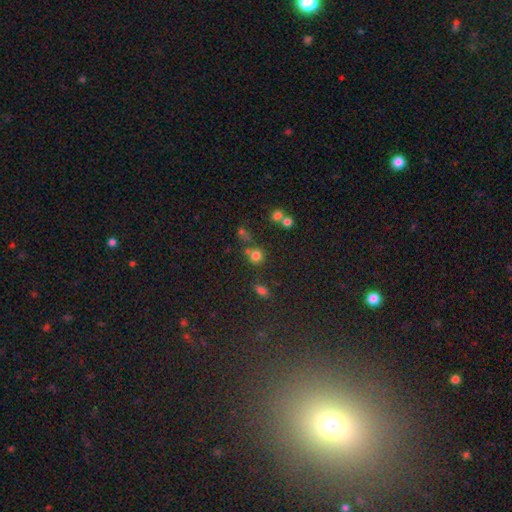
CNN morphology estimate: This appears to be a smooth galaxy with no disk features (74%) that is round (87%). Merging: none (66%).